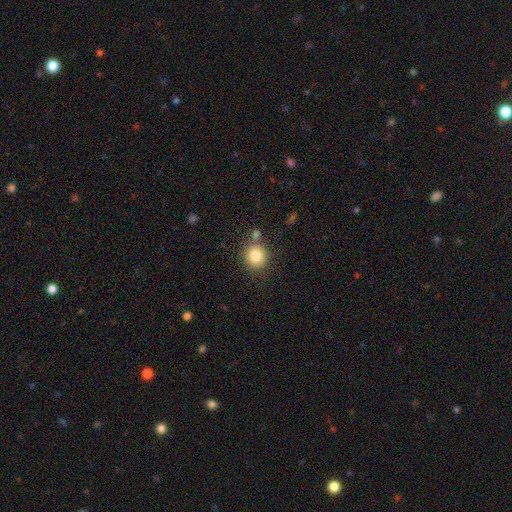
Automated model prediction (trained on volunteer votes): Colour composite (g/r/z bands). It shows a smooth galaxy with no disk features (82%) that is round (88%). Merging: none (75%).